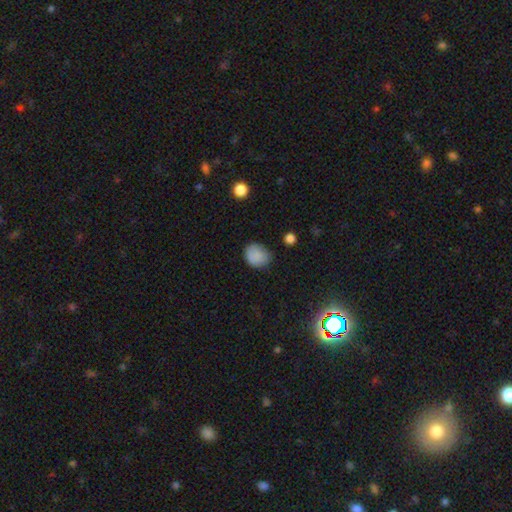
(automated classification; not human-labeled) Smooth or featured? Predicted: smooth (p=0.85). How rounded? Predicted: round (p=0.58). Merging? Predicted: none (p=0.70).